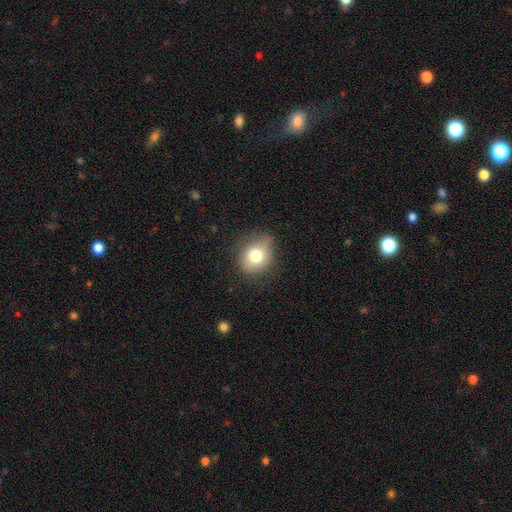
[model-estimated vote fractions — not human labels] smooth 76%, featured or disk 14%, star or artifact 10%. Down the decision tree: how rounded — round (66%); merging — none (66%).